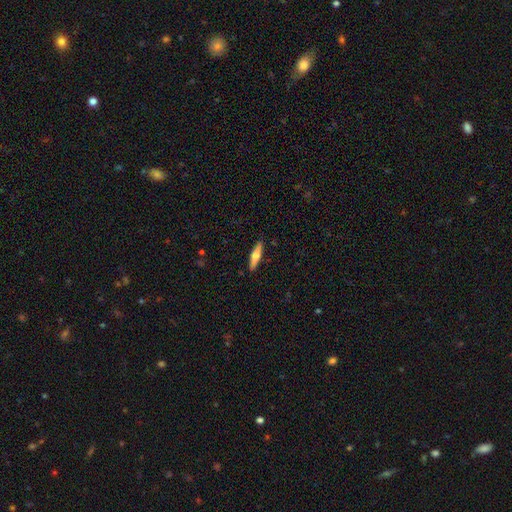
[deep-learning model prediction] Q: Smooth or featured?
A: featured or disk (49%); runner-up: smooth (45%)
Q: Merging?
A: none (90%); runner-up: minor disturbance (7%)